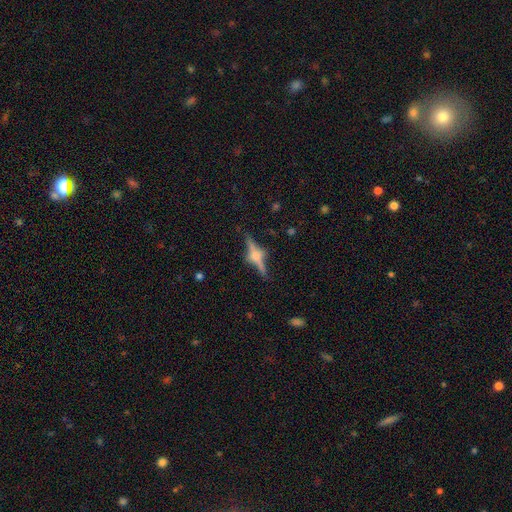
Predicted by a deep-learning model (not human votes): Smooth or featured? Predicted: featured or disk (p=0.67). Edge-on disk? Predicted: yes (p=0.94). Edge-on bulge? Predicted: rounded (p=0.85). Merging? Predicted: none (p=0.76).